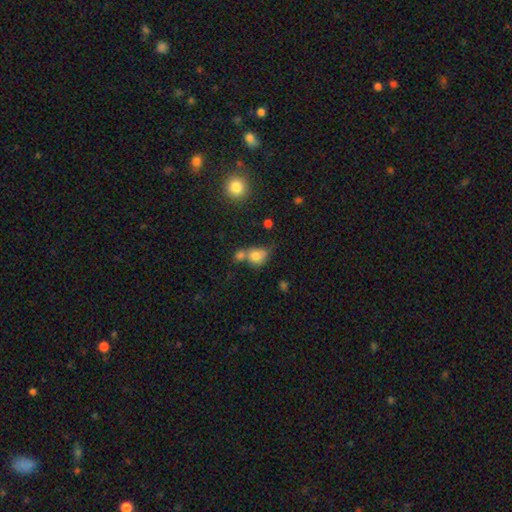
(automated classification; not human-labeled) A smooth galaxy with no disk features (77%) that is round (54%).

Vote fractions:
- Smooth or featured? smooth: 77% / featured or disk: 12% / star or artifact: 11%
- How rounded? round: 54% / in between: 44% / cigar-shaped: 2%
- Merging? merger: 47% / none: 33% / minor disturbance: 14% / major disturbance: 7%